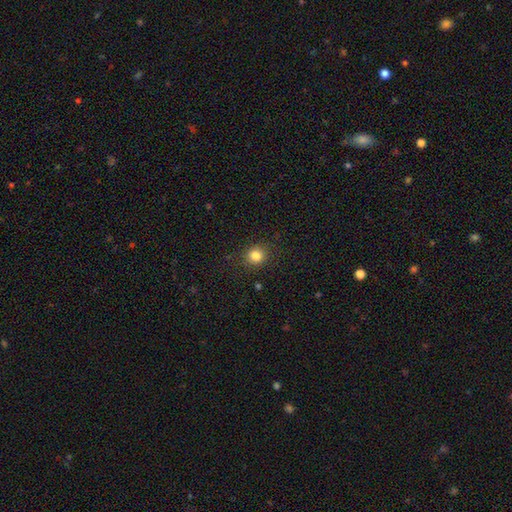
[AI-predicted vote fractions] This appears to be a smooth galaxy with no disk features (83%) that is round (86%). Merging: none (88%).